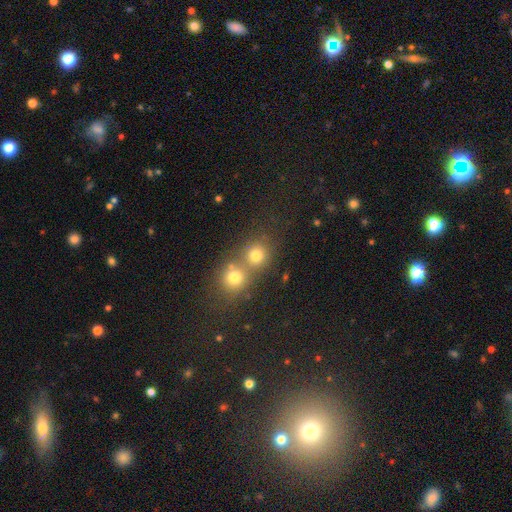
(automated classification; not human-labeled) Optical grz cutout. It shows a smooth galaxy with no disk features (73%) that is round (84%). Merging: merger (50%).